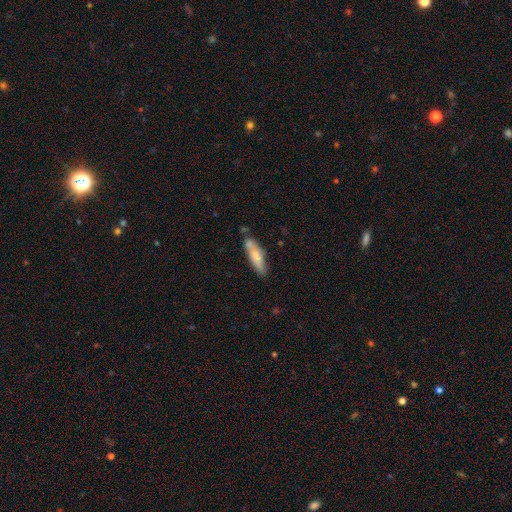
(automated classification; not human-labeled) smooth_or_featured: smooth (p=0.74) [alt: featured or disk p=0.20]
how_rounded: cigar-shaped (p=0.68) [alt: in between p=0.30]
merging: none (p=0.65) [alt: minor disturbance p=0.20]